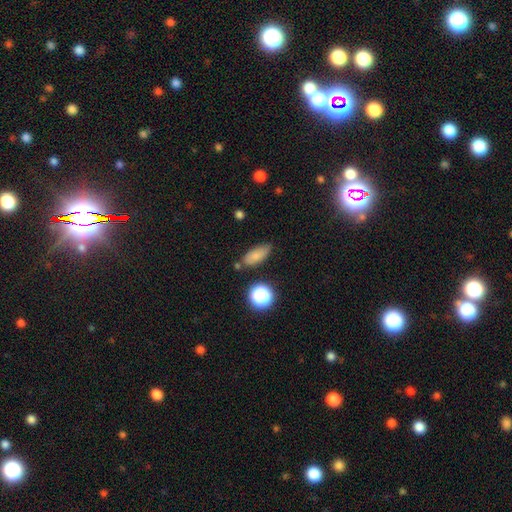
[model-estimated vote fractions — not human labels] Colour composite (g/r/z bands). It shows a smooth galaxy with no disk features (77%) that is in between round and cigar-shaped (77%). Merging: none (70%).